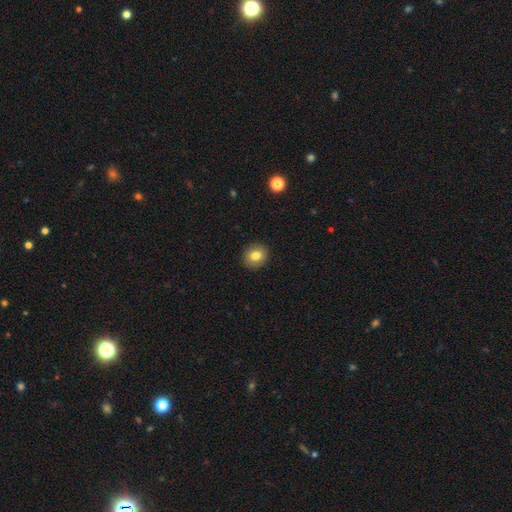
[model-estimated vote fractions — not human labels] smooth_or_featured: smooth (p=0.81) [alt: star or artifact p=0.09]
how_rounded: round (p=0.69) [alt: in between p=0.30]
merging: none (p=0.90) [alt: minor disturbance p=0.07]